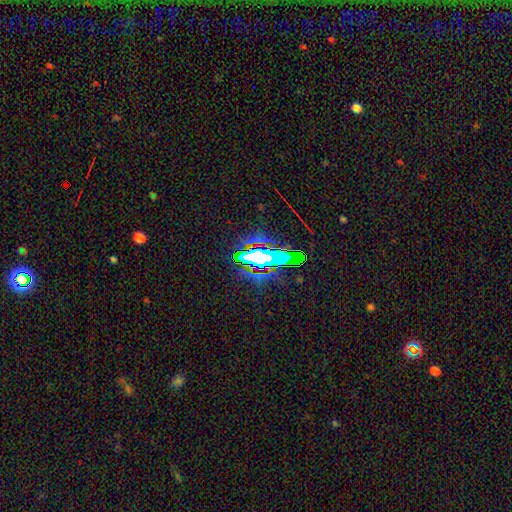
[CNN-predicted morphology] Q: Smooth or featured?
A: star or artifact (56%); runner-up: smooth (23%)